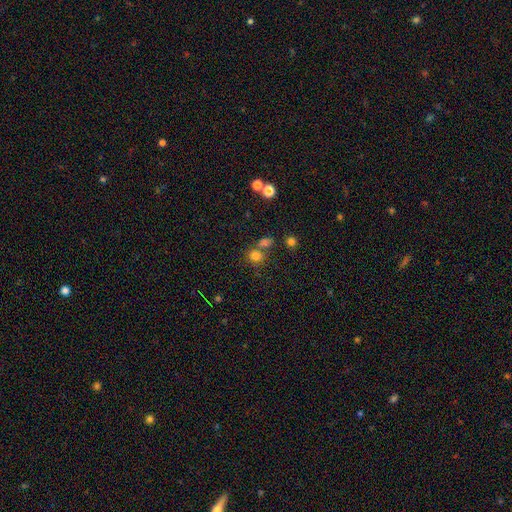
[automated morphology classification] Overall: smooth (75%). How rounded: round (78%). Merging: none (58%; merger 27%).